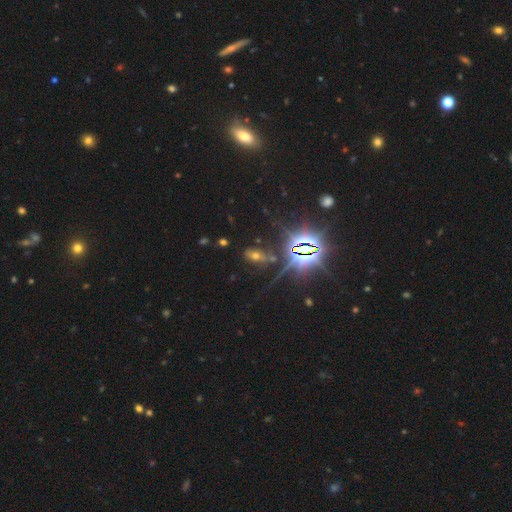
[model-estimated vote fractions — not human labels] star or artifact 54%, smooth 29%, featured or disk 17%.